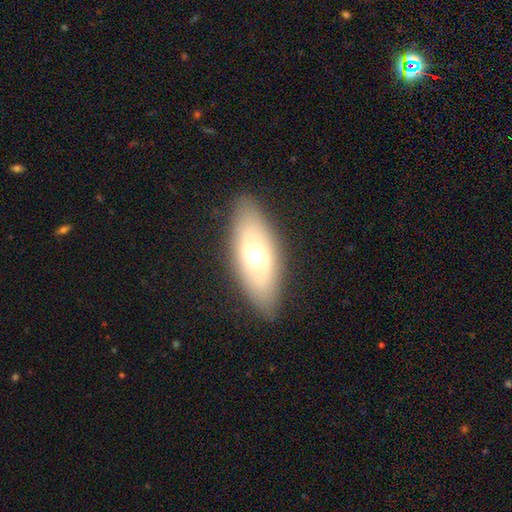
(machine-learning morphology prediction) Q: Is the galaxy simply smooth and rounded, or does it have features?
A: smooth — 47%.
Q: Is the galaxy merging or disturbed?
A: none — 85%.